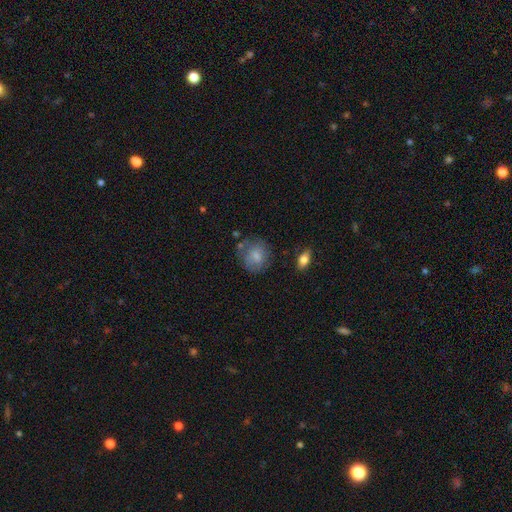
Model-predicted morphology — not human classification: smooth-or-featured: smooth: 77% | featured or disk: 15% | star or artifact: 8%
  how-rounded: round: 76% | in between: 22% | cigar-shaped: 1%
  merging: none: 66% | minor disturbance: 22% | major disturbance: 8% | merger: 5%